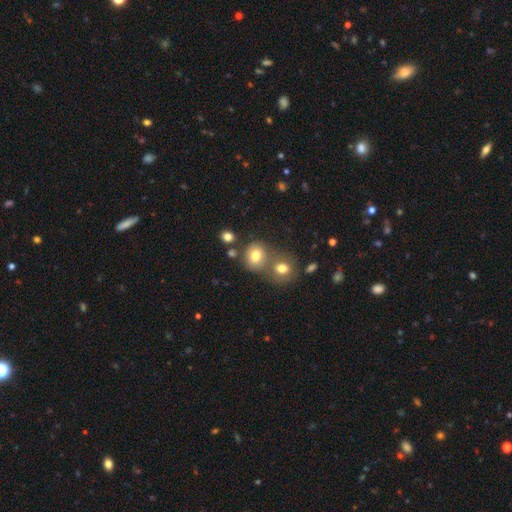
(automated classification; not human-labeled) The model was most divided on "merging": none: 52%, merger: 32%, minor disturbance: 11%, major disturbance: 4%. More confident: smooth or featured — smooth (76%); how rounded — round (66%).